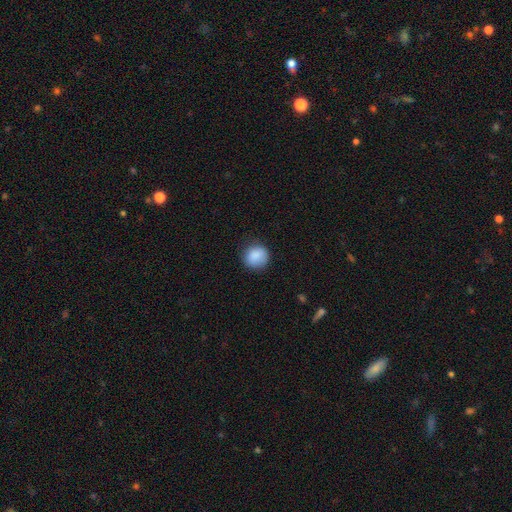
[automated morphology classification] Q: Smooth or featured?
A: smooth (88%); runner-up: star or artifact (8%)
Q: How rounded?
A: round (86%); runner-up: in between (13%)
Q: Merging?
A: none (83%); runner-up: minor disturbance (13%)